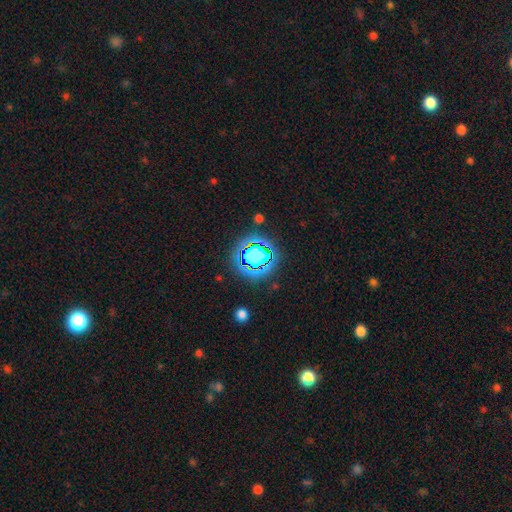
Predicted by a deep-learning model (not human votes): Smooth or featured?
  - star or artifact: 55% *
  - smooth: 31%
  - featured or disk: 14%